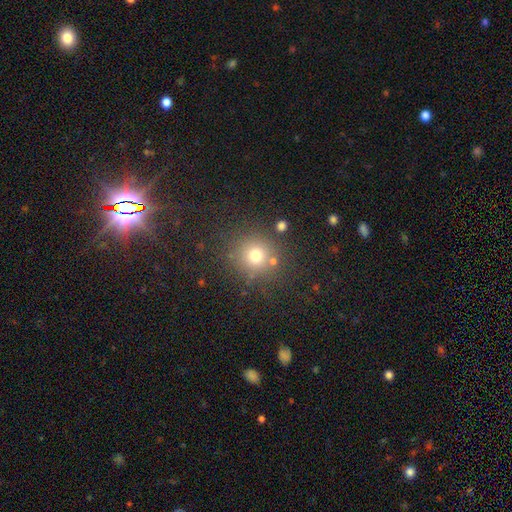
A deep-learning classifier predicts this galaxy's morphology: Smooth or featured? Predicted: smooth (p=0.73). How rounded? Predicted: round (p=0.92). Merging? Predicted: none (p=0.80).